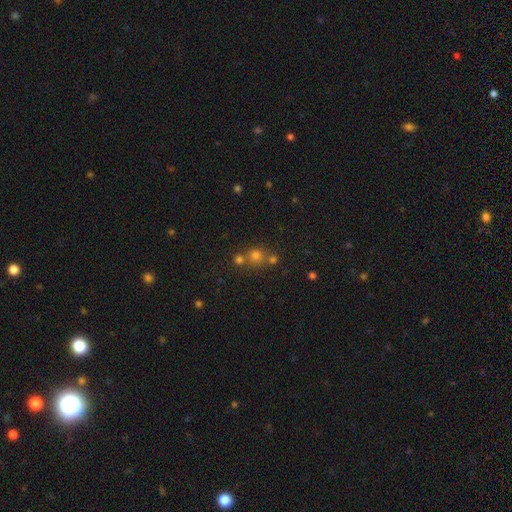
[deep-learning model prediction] The model was most divided on "merging": none: 59%, merger: 31%, minor disturbance: 7%, major disturbance: 3%. More confident: how rounded — round (88%); smooth or featured — smooth (64%).